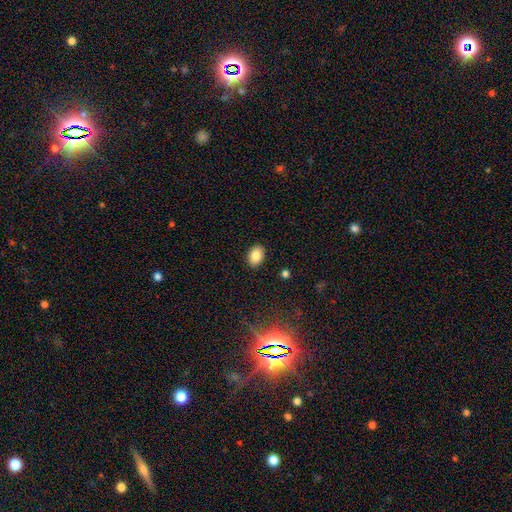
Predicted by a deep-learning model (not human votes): This is clearly a smooth galaxy (86%). How rounded: clearly in between (82%). Merging: clearly none (89%).